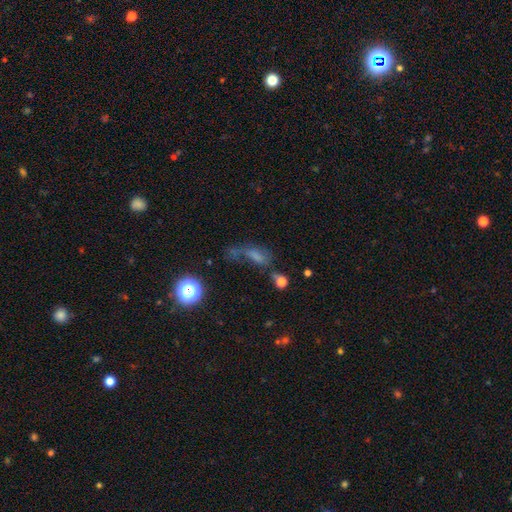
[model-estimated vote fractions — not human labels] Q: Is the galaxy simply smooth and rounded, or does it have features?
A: smooth — 41%.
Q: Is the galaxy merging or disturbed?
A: none — 39%.